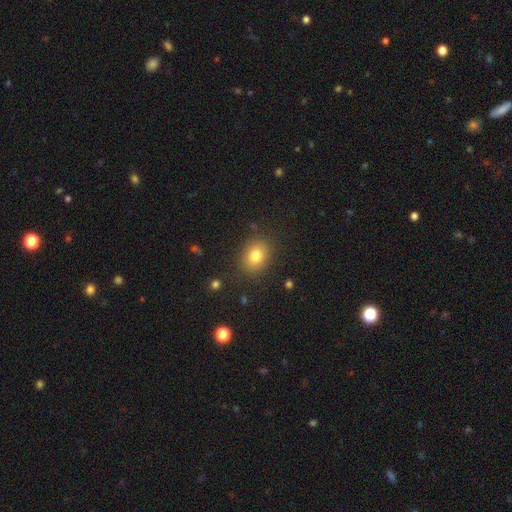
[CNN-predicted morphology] This appears to be a smooth galaxy with no disk features (80%) that is round (53%). Merging: none (85%).